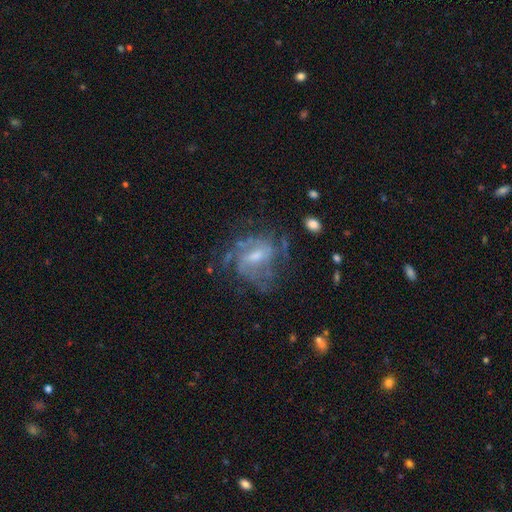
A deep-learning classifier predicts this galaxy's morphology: type=featured or disk (74%); edge-on=no (96%); bar=weak (51%); spiral arms=yes (77%); winding=medium (43%); arm count=can't tell (42%); bulge=moderate (45%); merging=none (52%).